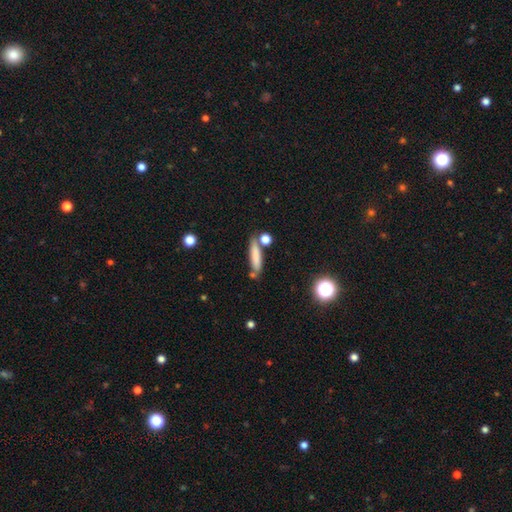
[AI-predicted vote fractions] Smooth or featured? smooth (76%)
How rounded? cigar-shaped (81%)
Merging? none (69%)